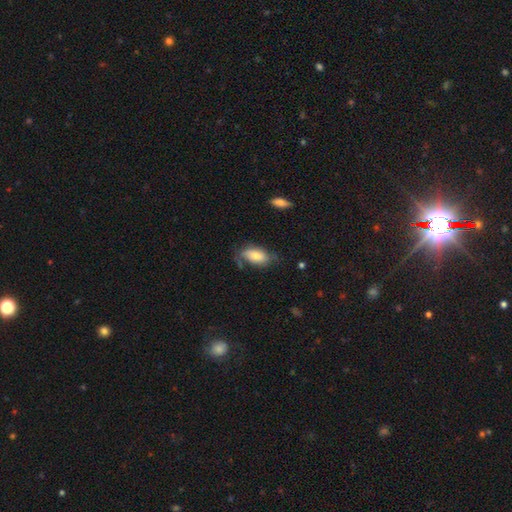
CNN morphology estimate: The model was most divided on "merging": none: 54%, minor disturbance: 29%, major disturbance: 13%, merger: 4%. More confident: how rounded — in between (92%); smooth or featured — smooth (76%).